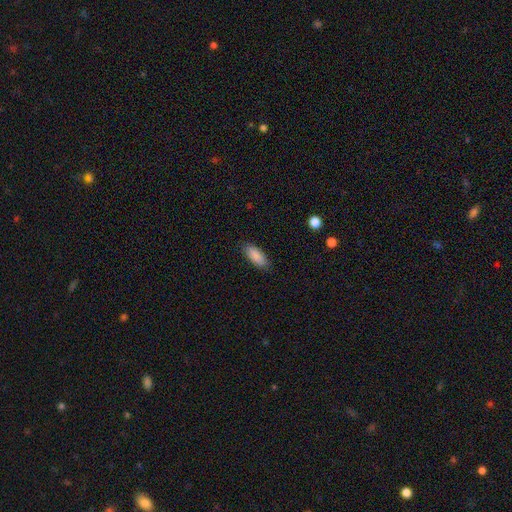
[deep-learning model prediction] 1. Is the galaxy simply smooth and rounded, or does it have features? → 88% smooth, 6% star or artifact, 6% featured or disk.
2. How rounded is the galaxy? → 79% in between, 19% cigar-shaped, 2% round.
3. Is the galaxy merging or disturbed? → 86% none, 11% minor disturbance, 2% major disturbance, 1% merger.